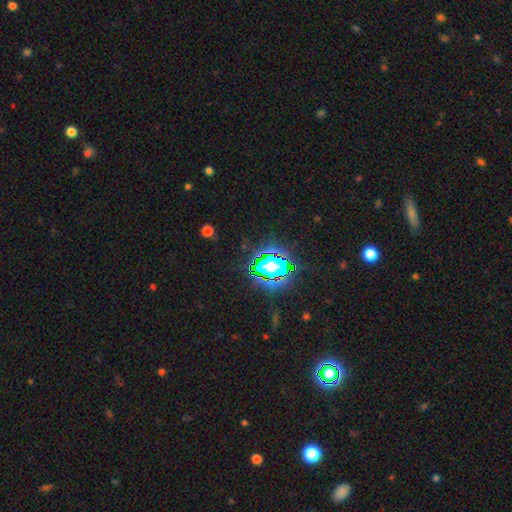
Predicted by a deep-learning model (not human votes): This is clearly a star or artifact rather than a galaxy (82%).